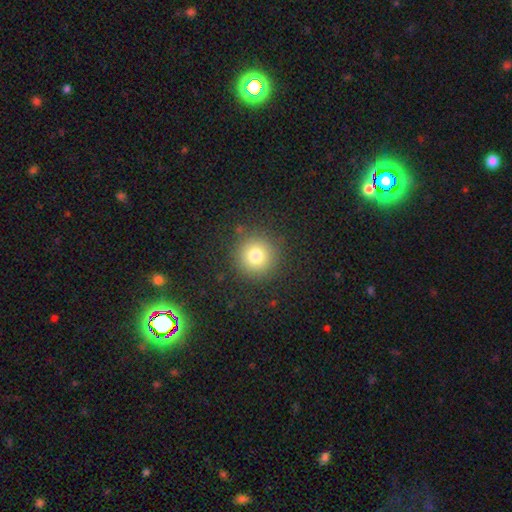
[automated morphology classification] smooth-or-featured: smooth: 77% | star or artifact: 13% | featured or disk: 9%
  how-rounded: round: 95% | in between: 4% | cigar-shaped: 1%
  merging: none: 89% | minor disturbance: 6% | major disturbance: 3% | merger: 1%